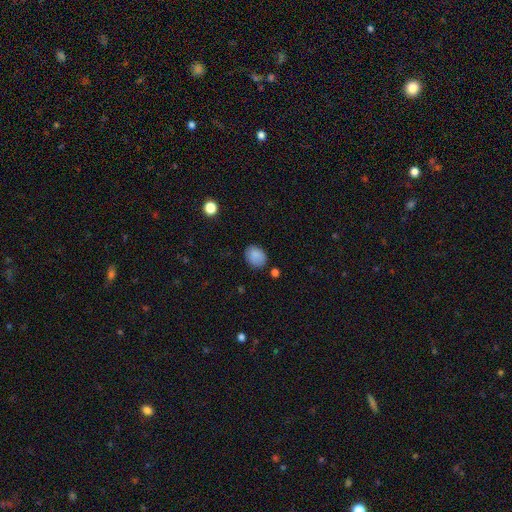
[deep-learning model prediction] smooth_or_featured: smooth (p=0.86) [alt: star or artifact p=0.09]
how_rounded: in between (p=0.54) [alt: round p=0.45]
merging: none (p=0.79) [alt: minor disturbance p=0.15]